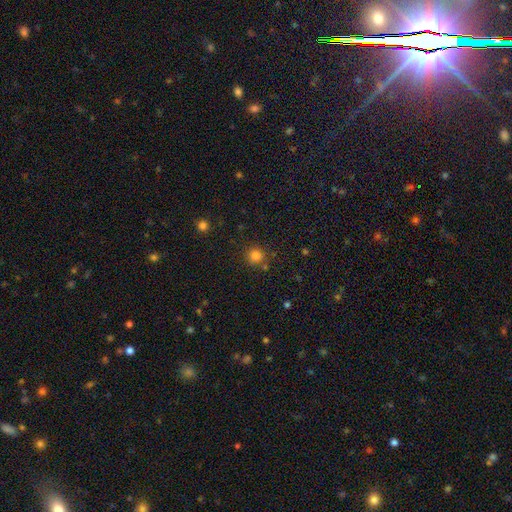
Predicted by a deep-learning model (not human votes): Morphology: type=smooth (81%); roundness=round (93%); merging=none (82%).